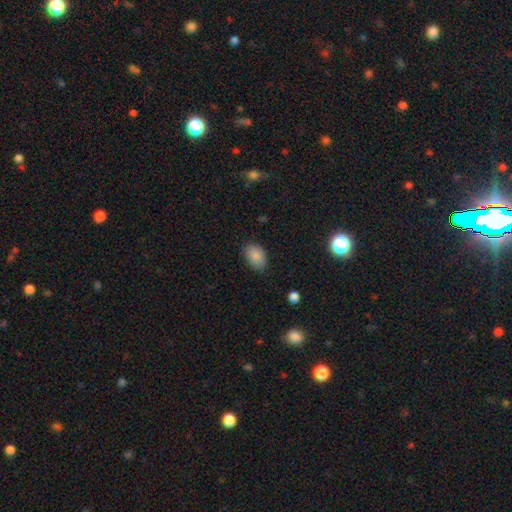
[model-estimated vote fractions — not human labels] Overall: smooth (87%). How rounded: in between (88%). Merging: none (80%).